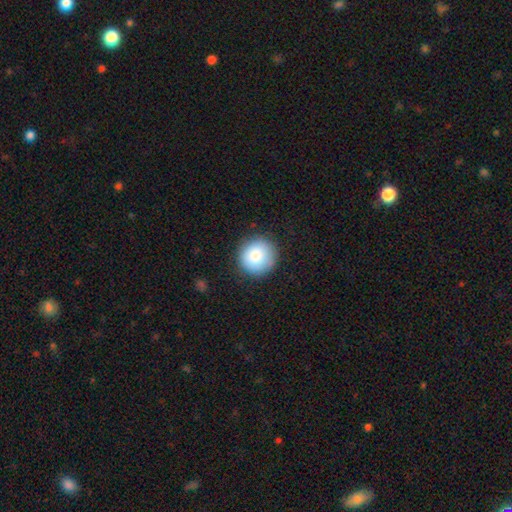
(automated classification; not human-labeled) Q: Smooth or featured?
A: smooth (85%); runner-up: star or artifact (8%)
Q: How rounded?
A: round (92%); runner-up: in between (7%)
Q: Merging?
A: none (87%); runner-up: minor disturbance (9%)